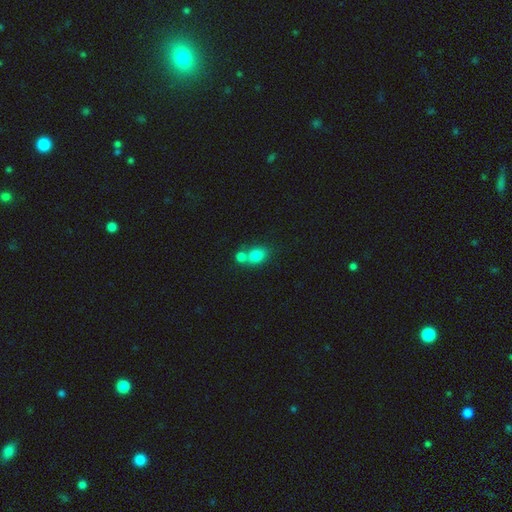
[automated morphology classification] type=smooth (81%); roundness=in between (51%); merging=merger (46%).